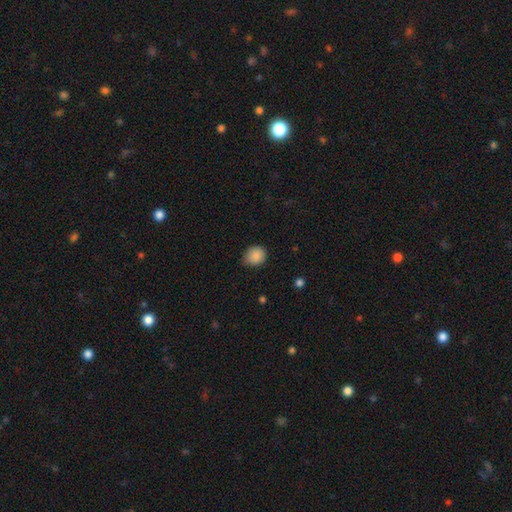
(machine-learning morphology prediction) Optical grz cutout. It shows a smooth galaxy with no disk features (87%) that is round (74%). Merging: none (67%).